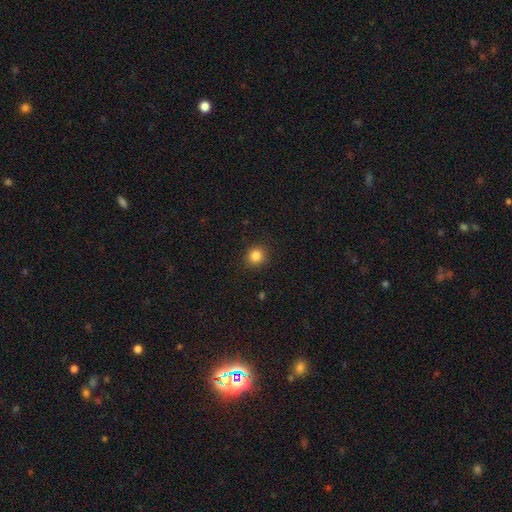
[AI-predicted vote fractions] A smooth galaxy with no disk features (84%) that is round (91%). Merging: none (91%).